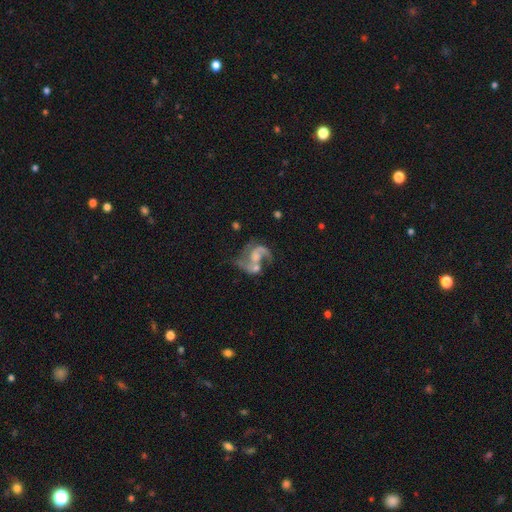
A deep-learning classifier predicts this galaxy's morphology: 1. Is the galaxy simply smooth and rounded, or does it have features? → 81% featured or disk, 12% smooth, 7% star or artifact.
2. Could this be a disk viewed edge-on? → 98% no, 2% yes.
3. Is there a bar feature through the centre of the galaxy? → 60% no, 32% weak, 8% strong.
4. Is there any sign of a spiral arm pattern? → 91% yes, 9% no.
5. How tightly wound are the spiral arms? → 46% medium, 41% loose, 13% tight.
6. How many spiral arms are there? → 74% 2, 15% 1, 5% can't tell, 3% 3, 1% 4, 1% more than 4.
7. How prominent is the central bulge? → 35% moderate, 28% small, 24% none, 11% large, 2% dominant.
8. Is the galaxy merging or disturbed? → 40% merger, 27% none, 21% major disturbance, 13% minor disturbance.